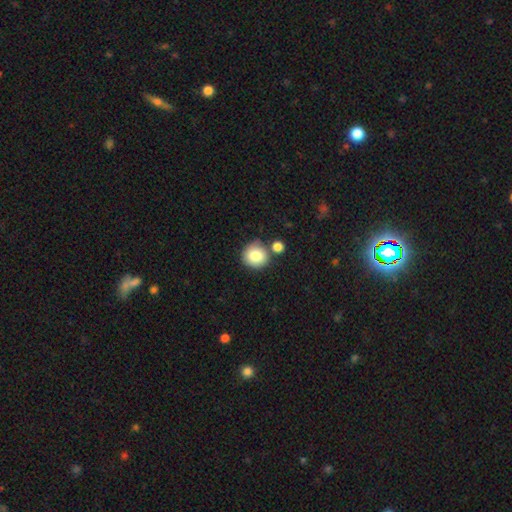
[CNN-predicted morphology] Smooth or featured? smooth (83%)
How rounded? round (90%)
Merging? none (67%)